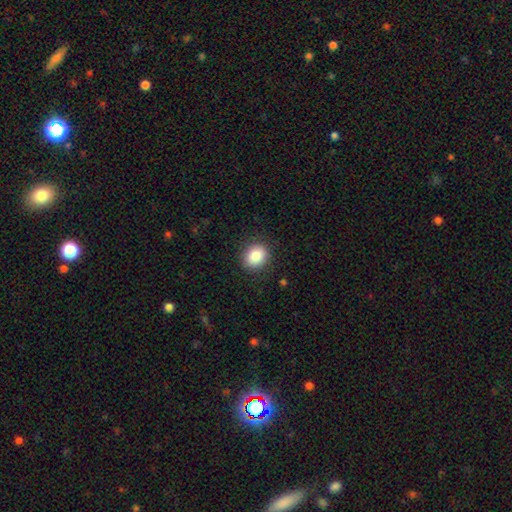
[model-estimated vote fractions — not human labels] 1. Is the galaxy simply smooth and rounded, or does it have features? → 85% smooth, 9% star or artifact, 6% featured or disk.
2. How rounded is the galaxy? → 69% round, 30% in between, 1% cigar-shaped.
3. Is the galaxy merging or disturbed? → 88% none, 8% minor disturbance, 2% major disturbance, 1% merger.